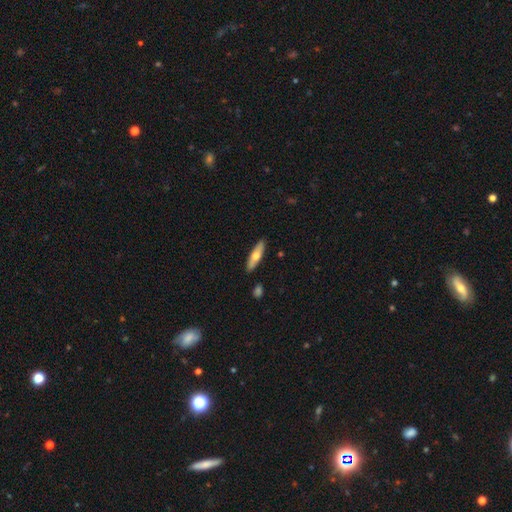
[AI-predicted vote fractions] Smooth or featured?
  - smooth: 57% *
  - featured or disk: 38%
  - star or artifact: 6%
How rounded?
  - cigar-shaped: 64% *
  - in between: 34%
  - round: 2%
Merging?
  - none: 89% *
  - minor disturbance: 8%
  - merger: 2%
  - major disturbance: 2%